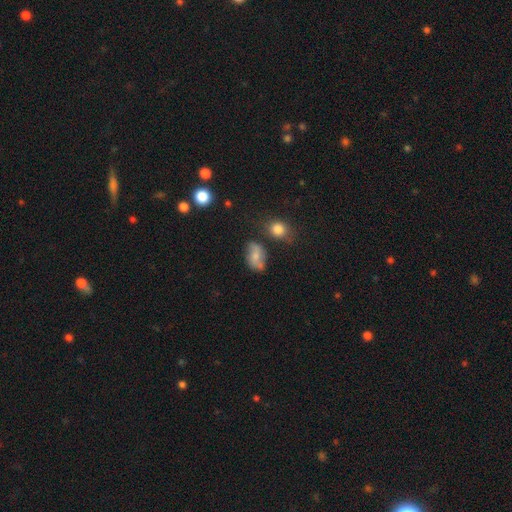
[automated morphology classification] A smooth galaxy with no disk features (60%) that is in between round and cigar-shaped (83%).

Vote fractions:
- Smooth or featured? smooth: 60% / featured or disk: 30% / star or artifact: 11%
- How rounded? in between: 83% / round: 15% / cigar-shaped: 2%
- Merging? none: 59% / minor disturbance: 24% / merger: 9% / major disturbance: 8%